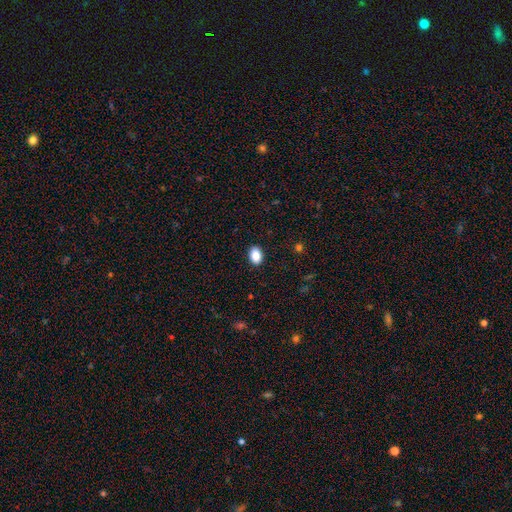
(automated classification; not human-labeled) smooth 88%, star or artifact 8%, featured or disk 4%. Down the decision tree: how rounded — in between (84%); merging — none (90%).